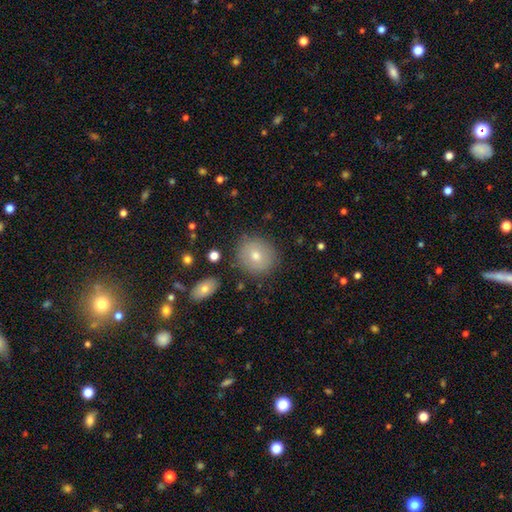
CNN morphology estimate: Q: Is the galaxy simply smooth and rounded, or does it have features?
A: smooth — 70%.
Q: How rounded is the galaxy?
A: round — 86%.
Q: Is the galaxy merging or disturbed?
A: none — 87%.